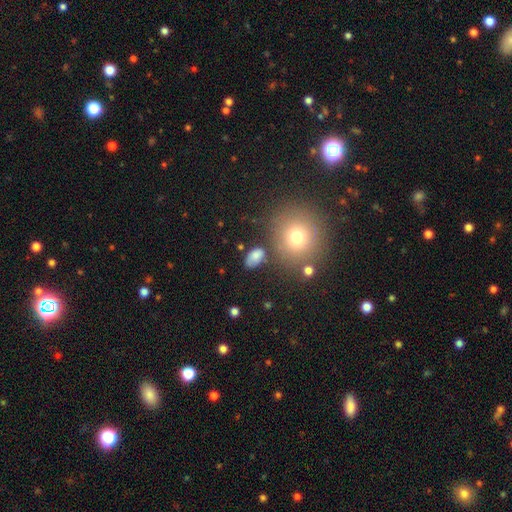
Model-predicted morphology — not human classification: Smooth or featured?
  - smooth: 77% *
  - star or artifact: 13%
  - featured or disk: 10%
How rounded?
  - in between: 85% *
  - round: 13%
  - cigar-shaped: 2%
Merging?
  - none: 72% *
  - minor disturbance: 16%
  - merger: 6%
  - major disturbance: 6%